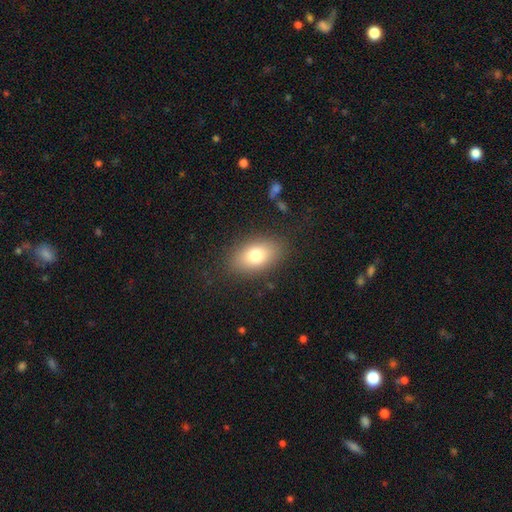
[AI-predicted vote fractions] smooth_or_featured: smooth (p=0.77) [alt: featured or disk p=0.14]
how_rounded: in between (p=0.87) [alt: round p=0.11]
merging: none (p=0.84) [alt: minor disturbance p=0.10]